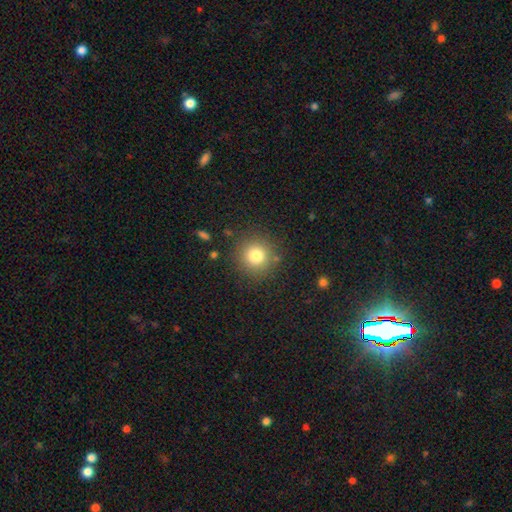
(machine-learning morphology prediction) Smooth or featured: smooth — 79% (star or artifact — 13%)
How rounded: round — 94% (in between — 5%)
Merging: none — 86% (minor disturbance — 8%)